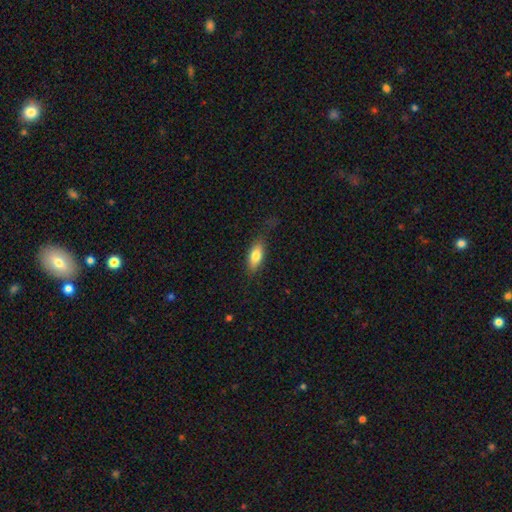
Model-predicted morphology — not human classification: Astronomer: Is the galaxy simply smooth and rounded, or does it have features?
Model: smooth — 77%.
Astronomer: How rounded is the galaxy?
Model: in between — 79%.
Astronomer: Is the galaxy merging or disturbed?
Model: none — 73%.